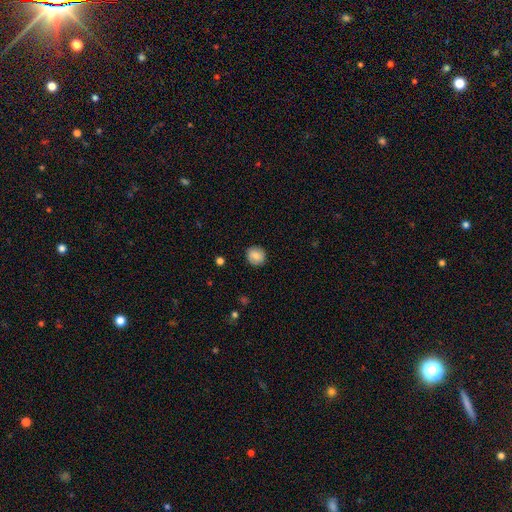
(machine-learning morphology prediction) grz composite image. It shows a smooth galaxy with no disk features (82%) that is round (90%). Merging: none (89%).